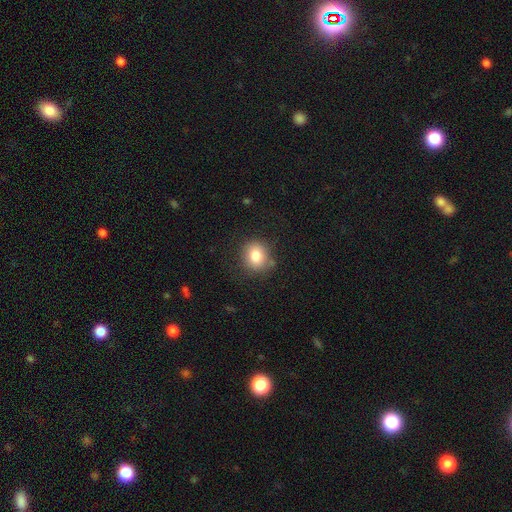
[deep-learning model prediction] This is clearly a smooth galaxy (82%). How rounded: likely round (74%). Merging: clearly none (81%).